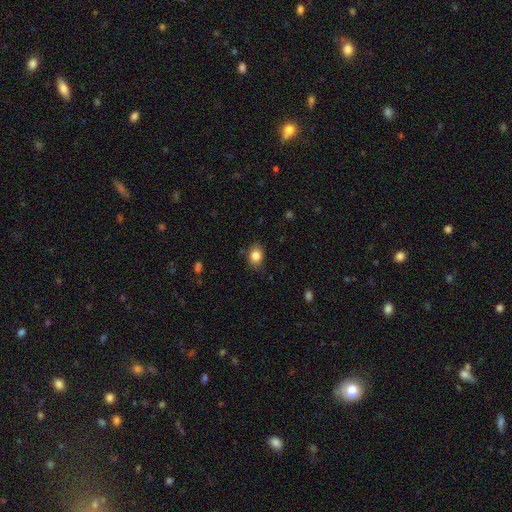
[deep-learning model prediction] Overall: smooth (85%). How rounded: in between (58%; round 41%). Merging: none (78%).